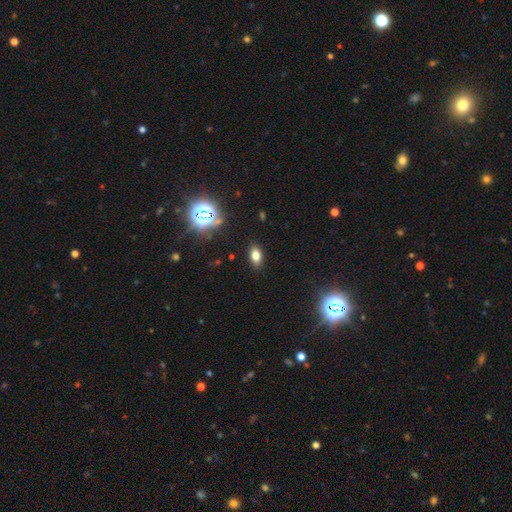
smooth-or-featured: smooth: 76% | featured or disk: 12% | star or artifact: 12%
  how-rounded: in between: 97% | round: 3% | cigar-shaped: 0%
  merging: none: 97% | minor disturbance: 3% | major disturbance: 0% | merger: 0%